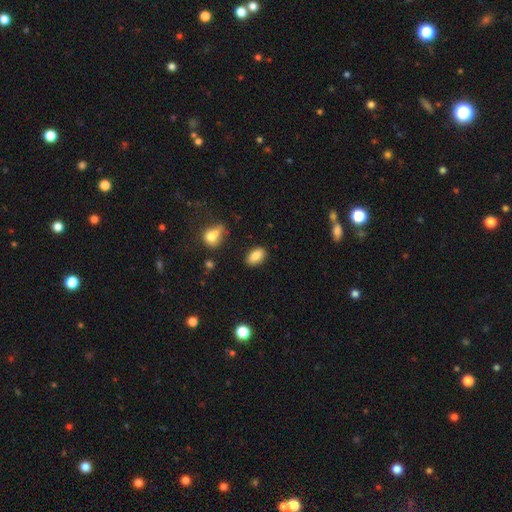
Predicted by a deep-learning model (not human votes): Morphology: type=smooth (85%); roundness=in between (90%); merging=none (82%).